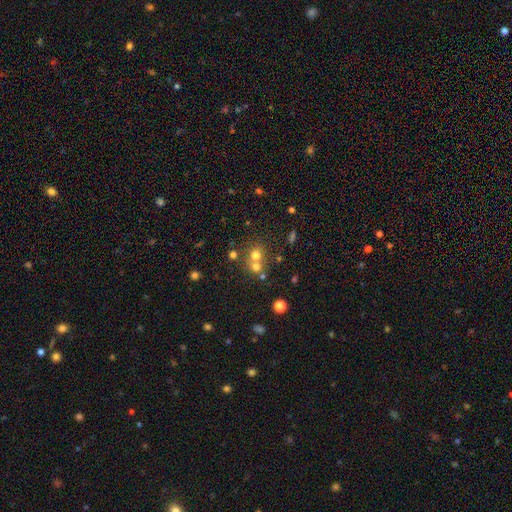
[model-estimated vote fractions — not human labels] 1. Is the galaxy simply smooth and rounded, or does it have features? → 67% smooth, 19% star or artifact, 14% featured or disk.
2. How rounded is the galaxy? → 83% round, 16% in between, 1% cigar-shaped.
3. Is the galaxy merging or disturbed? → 48% merger, 43% none, 6% minor disturbance, 3% major disturbance.